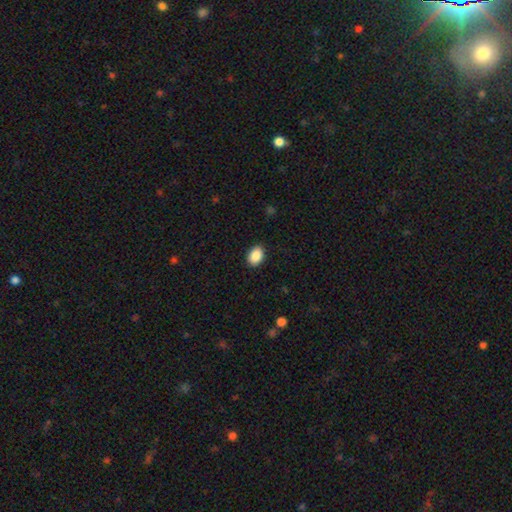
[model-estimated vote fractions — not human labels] smooth-or-featured: smooth: 89% | star or artifact: 7% | featured or disk: 3%
  how-rounded: in between: 79% | round: 20% | cigar-shaped: 1%
  merging: none: 90% | minor disturbance: 8% | major disturbance: 2% | merger: 1%